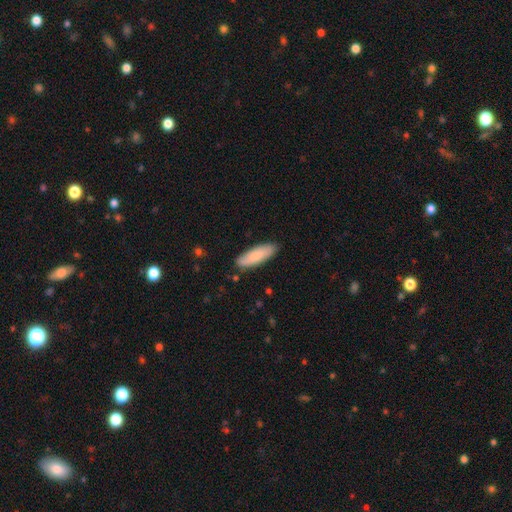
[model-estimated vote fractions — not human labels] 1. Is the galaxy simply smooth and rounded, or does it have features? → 83% smooth, 12% featured or disk, 5% star or artifact.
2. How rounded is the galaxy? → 54% in between, 45% cigar-shaped, 1% round.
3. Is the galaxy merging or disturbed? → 85% none, 12% minor disturbance, 2% major disturbance, 1% merger.